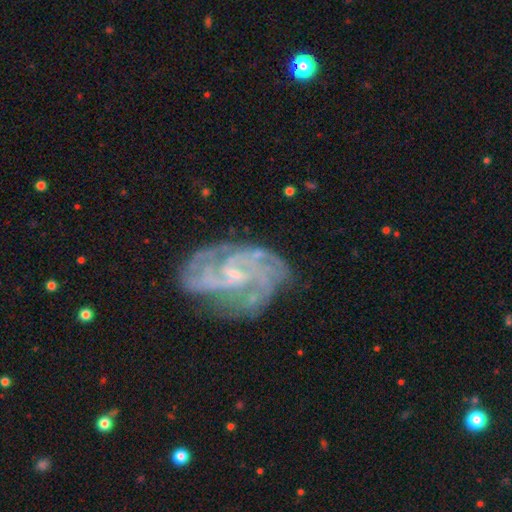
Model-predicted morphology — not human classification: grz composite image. It shows a featured or disk galaxy (86%) with a weak bar (56%), medium (43%) spiral arms (93%) and a small central bulge (65%). Merging: none (57%).